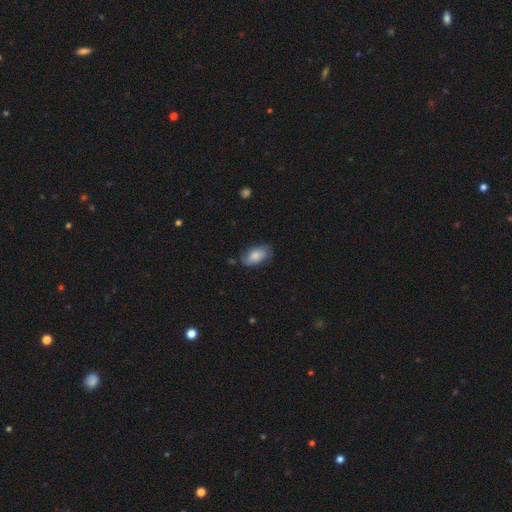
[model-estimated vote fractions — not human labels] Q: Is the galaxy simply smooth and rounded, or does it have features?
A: smooth — 73%.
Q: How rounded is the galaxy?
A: in between — 92%.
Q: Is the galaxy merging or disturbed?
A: none — 69%.